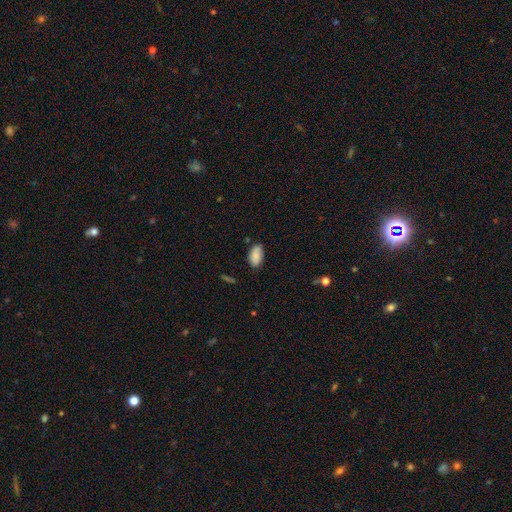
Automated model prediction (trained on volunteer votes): A smooth galaxy with no disk features (86%) that is in between round and cigar-shaped (94%).

Vote fractions:
- Smooth or featured? smooth: 86% / star or artifact: 7% / featured or disk: 7%
- How rounded? in between: 94% / round: 3% / cigar-shaped: 3%
- Merging? none: 78% / minor disturbance: 17% / major disturbance: 3% / merger: 2%